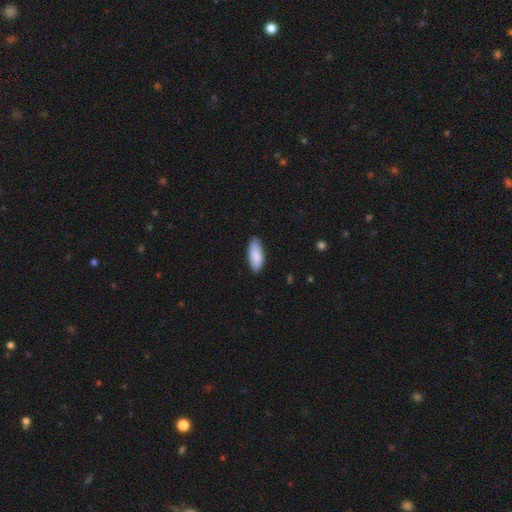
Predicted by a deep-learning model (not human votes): smooth-or-featured: smooth: 89% | featured or disk: 6% | star or artifact: 5%
  how-rounded: in between: 82% | cigar-shaped: 16% | round: 2%
  merging: none: 84% | minor disturbance: 13% | major disturbance: 2% | merger: 1%